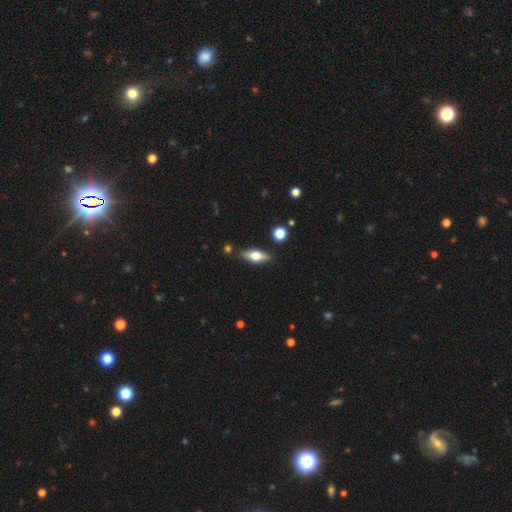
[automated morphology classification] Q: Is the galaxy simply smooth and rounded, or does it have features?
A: featured or disk — 47%.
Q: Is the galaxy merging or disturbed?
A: none — 84%.